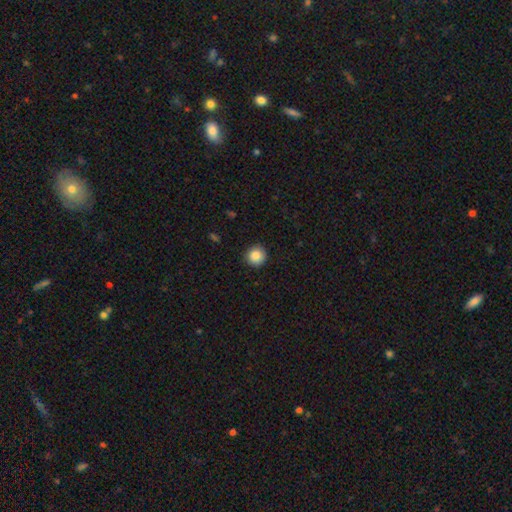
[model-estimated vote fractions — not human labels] smooth_or_featured: smooth (p=0.87) [alt: star or artifact p=0.09]
how_rounded: round (p=0.94) [alt: in between p=0.05]
merging: none (p=0.89) [alt: minor disturbance p=0.08]